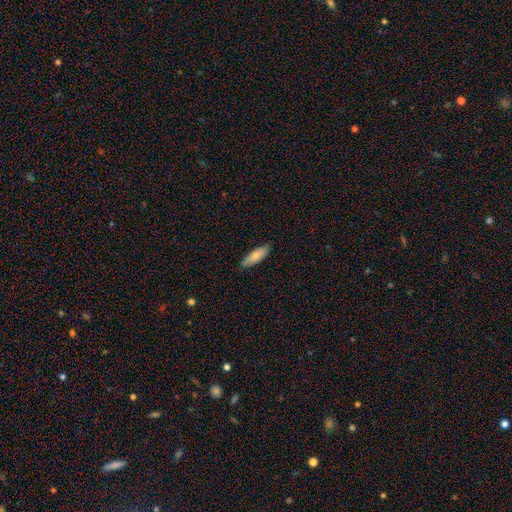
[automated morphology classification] type=smooth (76%); roundness=cigar-shaped (49%, tied with in between); merging=none (86%).